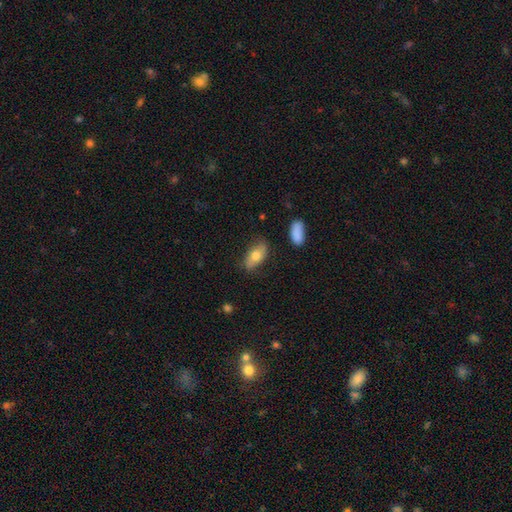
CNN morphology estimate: A smooth galaxy with no disk features (72%) that is in between round and cigar-shaped (90%).

Vote fractions:
- Smooth or featured? smooth: 72% / featured or disk: 21% / star or artifact: 7%
- How rounded? in between: 90% / cigar-shaped: 6% / round: 5%
- Merging? none: 76% / minor disturbance: 18% / major disturbance: 4% / merger: 2%